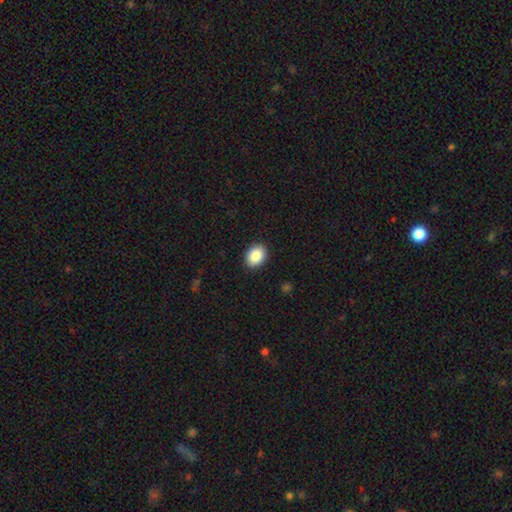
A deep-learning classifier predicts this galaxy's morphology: This appears to be a smooth galaxy with no disk features (87%) that is in between round and cigar-shaped (68%). Merging: none (91%).